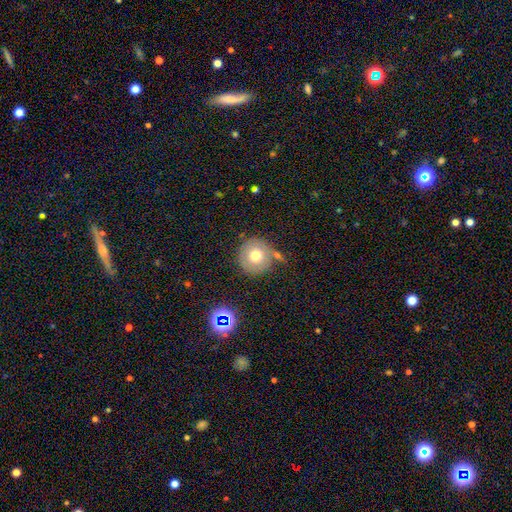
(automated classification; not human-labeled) Smooth or featured: smooth — 66% (featured or disk — 23%)
How rounded: round — 94% (in between — 5%)
Merging: none — 71% (minor disturbance — 14%)